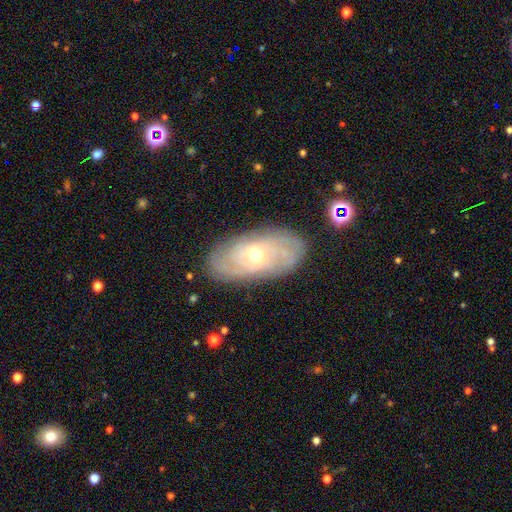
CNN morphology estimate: featured or disk 77%, smooth 16%, star or artifact 7%. Down the decision tree: edge-on disk — no (92%); bar — no (62%); spiral arms — yes (90%); spiral arm count — can't tell (48%); spiral winding — tight (71%); bulge size — moderate (60%); merging — none (83%).